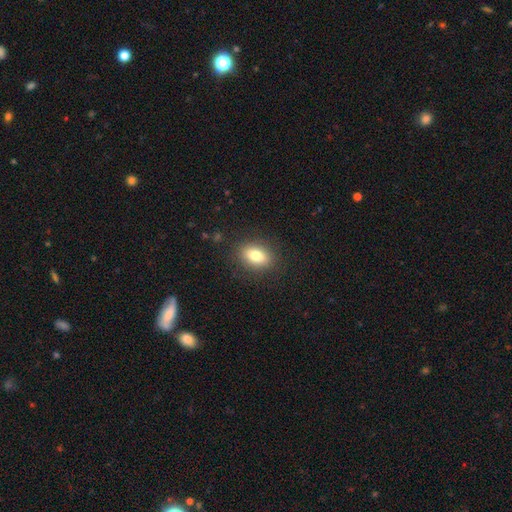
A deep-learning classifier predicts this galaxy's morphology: Overall: smooth (78%). How rounded: in between (79%). Merging: none (87%).